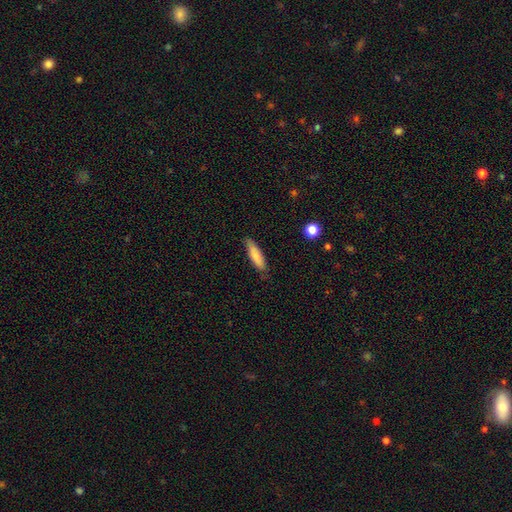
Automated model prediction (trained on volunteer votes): Overall: smooth (81%). How rounded: cigar-shaped (66%; in between 32%). Merging: none (80%).